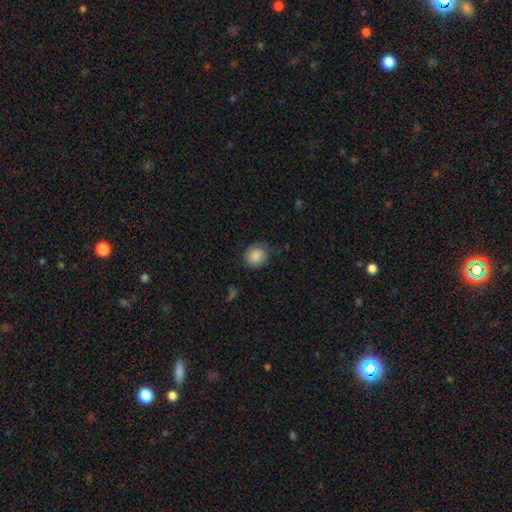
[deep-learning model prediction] This appears to be a smooth galaxy with no disk features (82%) that is round (81%). Merging: none (71%).